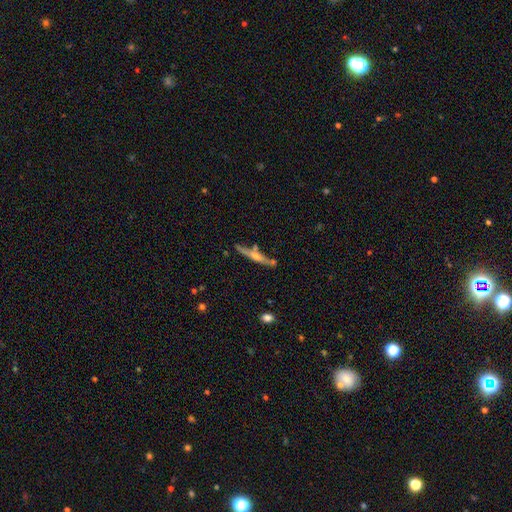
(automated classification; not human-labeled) smooth-or-featured: featured or disk: 63% | smooth: 31% | star or artifact: 6%
  disk-edge-on: yes: 95% | no: 5%
    edge-on-bulge: rounded: 80% | none: 13% | boxy: 7%
  merging: none: 72% | minor disturbance: 16% | merger: 9% | major disturbance: 4%